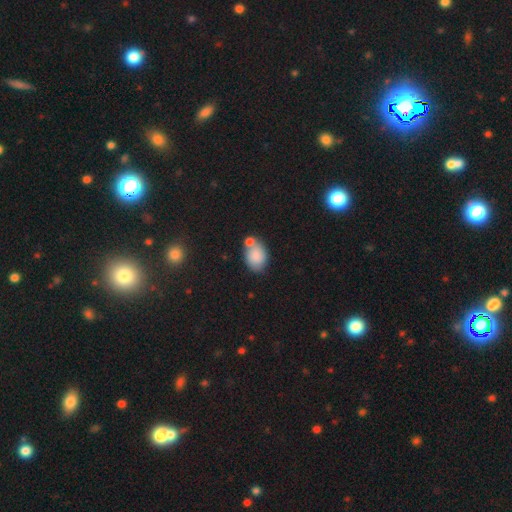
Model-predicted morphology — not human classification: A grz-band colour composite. It shows a smooth galaxy with no disk features (83%) that is in between round and cigar-shaped (77%). Merging: none (46%).